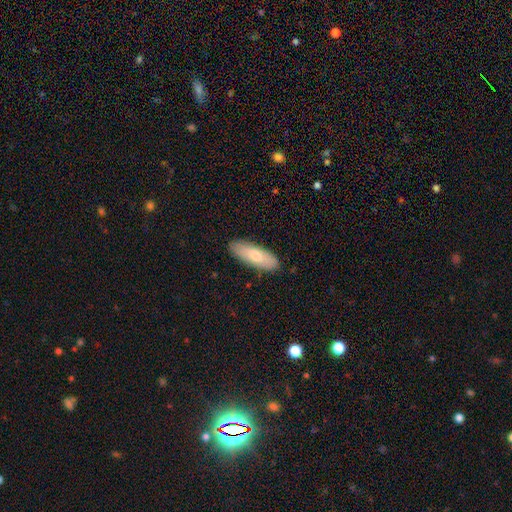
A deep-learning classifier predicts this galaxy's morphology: This appears to be a smooth galaxy with no disk features (74%) that is in between round and cigar-shaped (61%). Merging: none (87%).